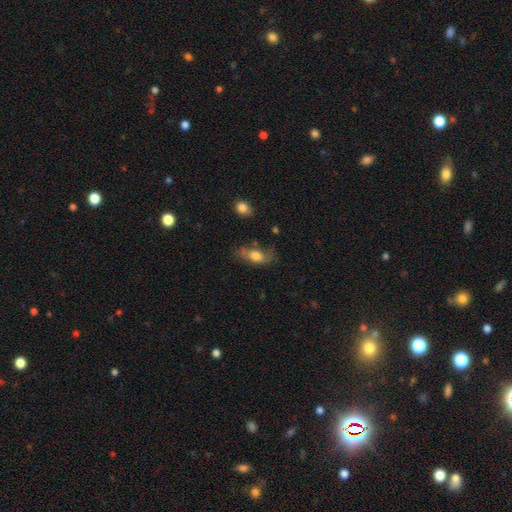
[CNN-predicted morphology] The model was most divided on "merging": none: 52%, minor disturbance: 28%, major disturbance: 15%, merger: 5%. More confident: how rounded — in between (80%); smooth or featured — smooth (66%).